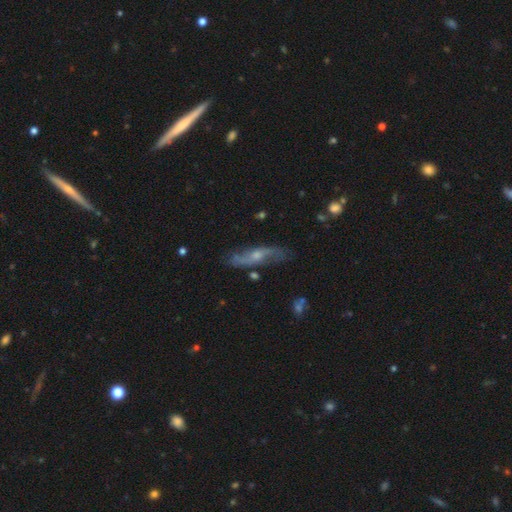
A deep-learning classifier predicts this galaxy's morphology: Smooth or featured: featured or disk — 70% (smooth — 23%)
Edge-on disk: no — 61% (yes — 39%)
Merging: none — 72% (minor disturbance — 19%)